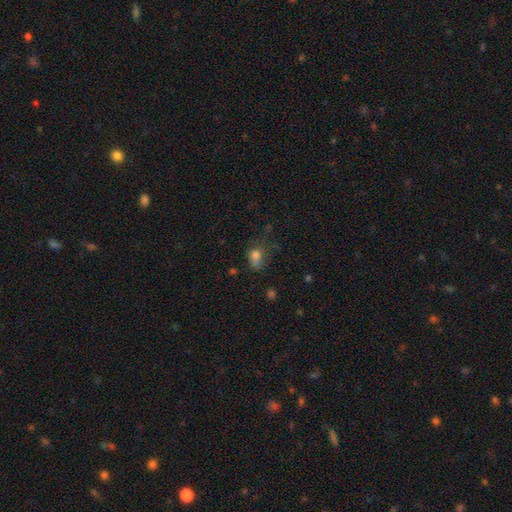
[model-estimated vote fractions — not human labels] smooth_or_featured: smooth (p=0.76) [alt: star or artifact p=0.14]
how_rounded: in between (p=0.60) [alt: round p=0.38]
merging: none (p=0.40) [alt: minor disturbance p=0.30]